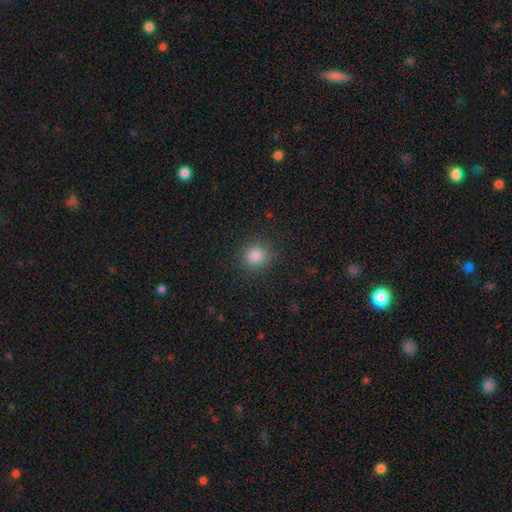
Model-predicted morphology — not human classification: This is clearly a smooth galaxy (83%). How rounded: clearly round (89%). Merging: clearly none (88%).